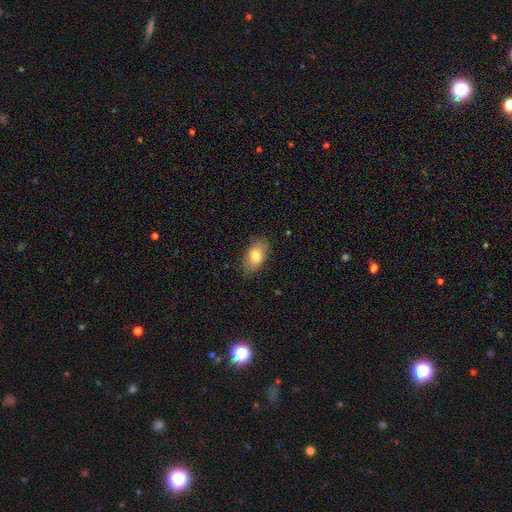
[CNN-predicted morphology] This is likely a smooth galaxy (77%). How rounded: clearly in between (92%). Merging: clearly none (84%).